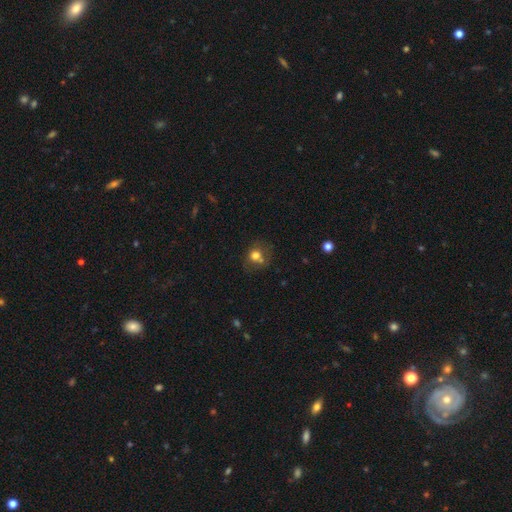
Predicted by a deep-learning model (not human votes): Smooth or featured? Predicted: smooth (p=0.69). How rounded? Predicted: round (p=0.72). Merging? Predicted: none (p=0.48).